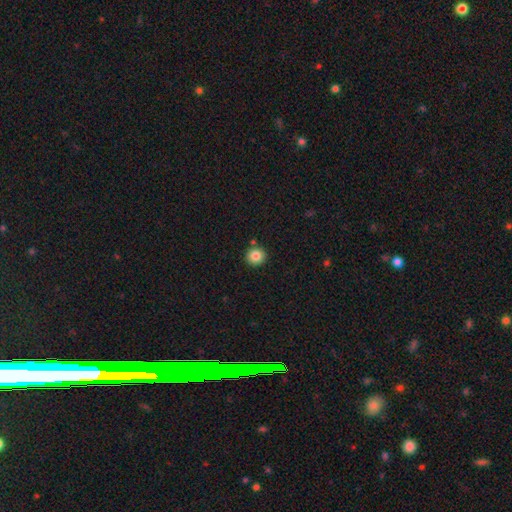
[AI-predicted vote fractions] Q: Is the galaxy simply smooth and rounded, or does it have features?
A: smooth — 85%.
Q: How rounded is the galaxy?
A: round — 91%.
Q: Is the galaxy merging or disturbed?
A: none — 87%.